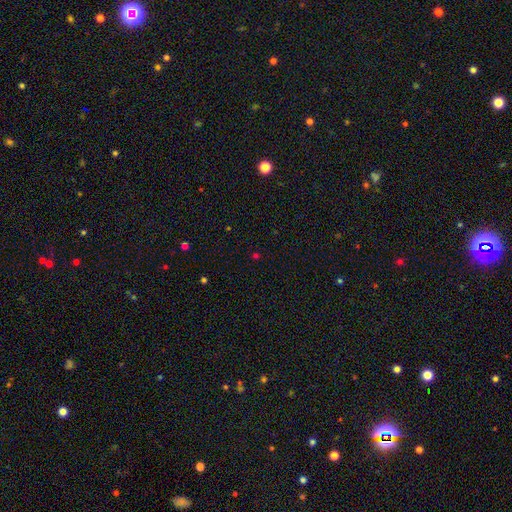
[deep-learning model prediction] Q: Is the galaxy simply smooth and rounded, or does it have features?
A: star or artifact — 52%.